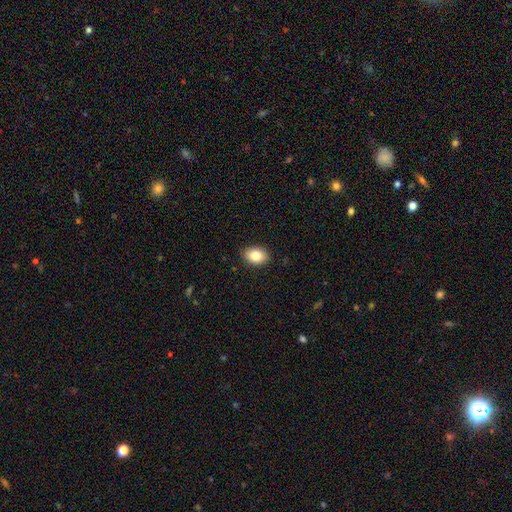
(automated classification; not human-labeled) This is clearly a smooth galaxy (84%). How rounded: likely in between (79%). Merging: clearly none (89%).